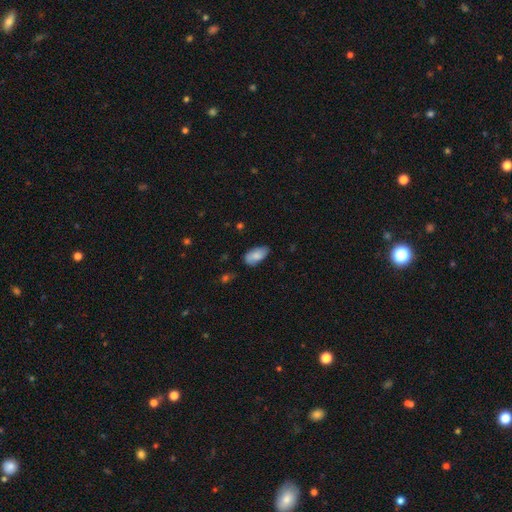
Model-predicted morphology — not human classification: A smooth galaxy with no disk features (82%) that is in between round and cigar-shaped (94%). Merging: none (72%).